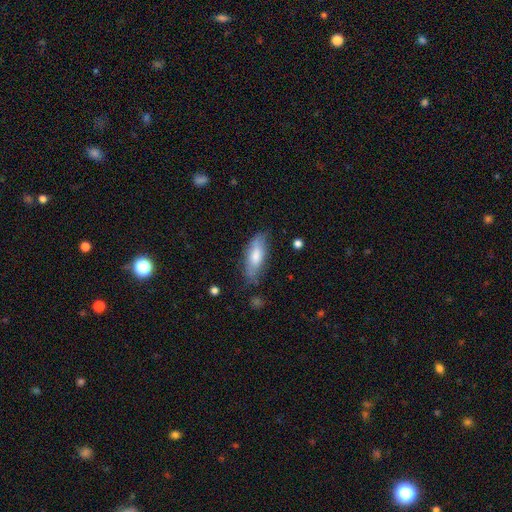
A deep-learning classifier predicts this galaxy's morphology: type=smooth (68%); roundness=in between (65%); merging=none (72%).